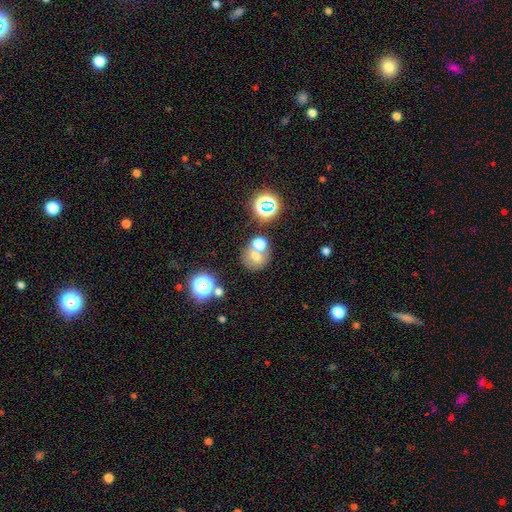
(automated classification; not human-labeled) Overall: smooth (65%). How rounded: round (81%). Merging: none (54%; merger 32%).